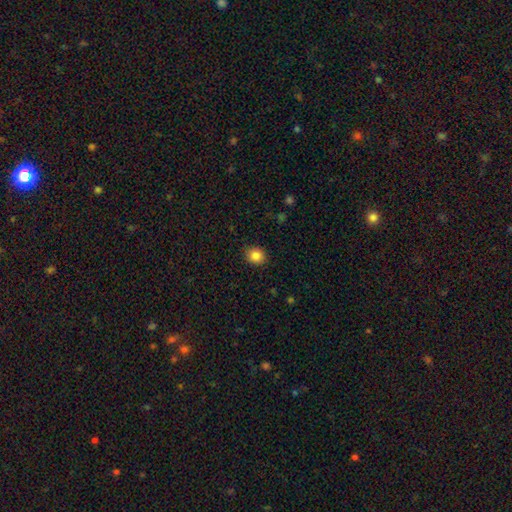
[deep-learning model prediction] Smooth or featured? Predicted: smooth (p=0.85). How rounded? Predicted: round (p=0.75). Merging? Predicted: none (p=0.89).